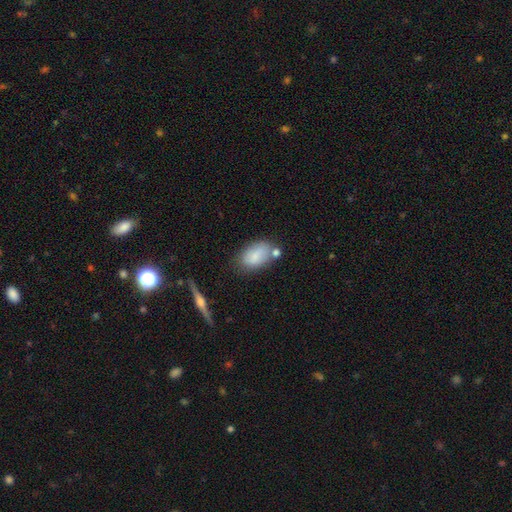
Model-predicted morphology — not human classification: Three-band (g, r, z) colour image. It shows a smooth galaxy with no disk features (82%) that is in between round and cigar-shaped (91%). Merging: none (59%).